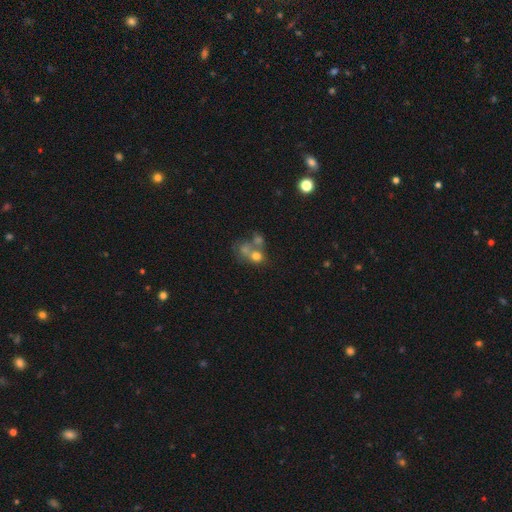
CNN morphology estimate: Smooth or featured: smooth — 52% (featured or disk — 27%)
How rounded: round — 66% (in between — 33%)
Merging: merger — 53% (none — 30%)